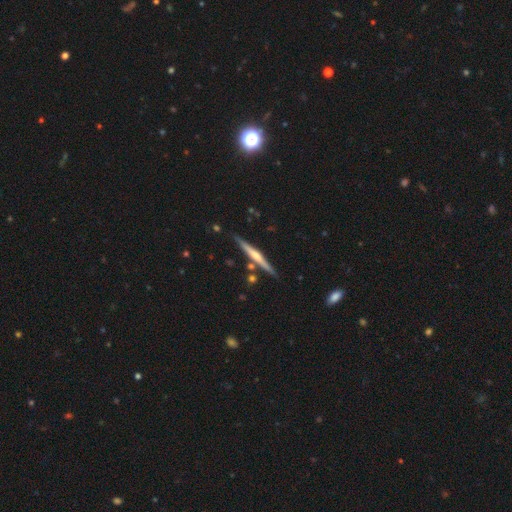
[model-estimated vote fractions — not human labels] This is likely a featured or disk galaxy (67%). It is clearly viewed edge-on (98%). Edge-on bulge: likely rounded (68%). Merging: clearly none (85%).